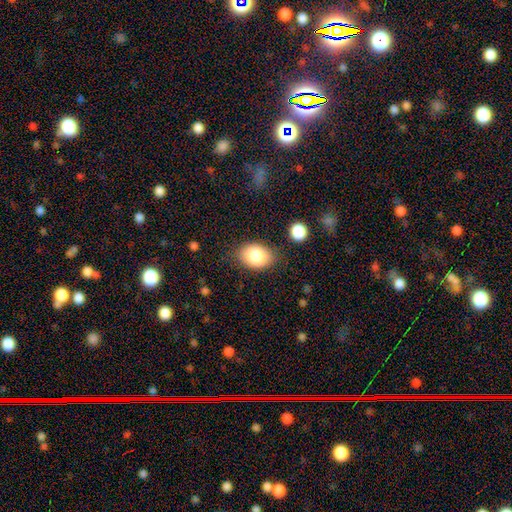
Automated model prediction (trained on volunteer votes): A smooth galaxy with no disk features (83%) that is in between round and cigar-shaped (78%). Merging: none (78%).